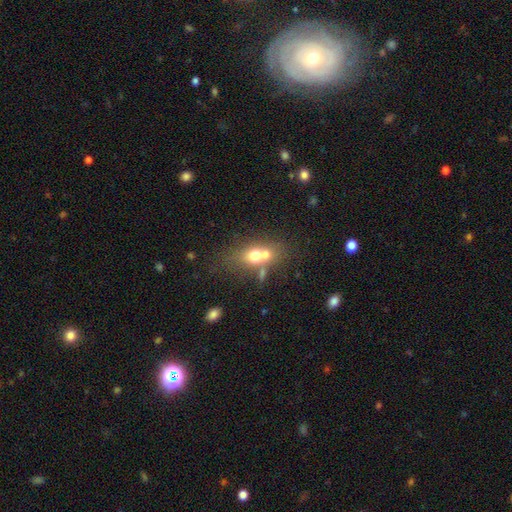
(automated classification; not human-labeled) Smooth or featured: smooth — 61% (featured or disk — 27%)
How rounded: in between — 58% (round — 37%)
Merging: merger — 55% (none — 30%)